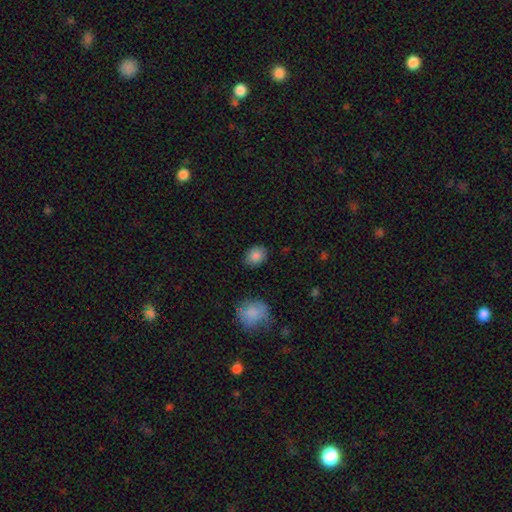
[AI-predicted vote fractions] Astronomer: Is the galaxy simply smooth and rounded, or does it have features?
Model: smooth — 86%.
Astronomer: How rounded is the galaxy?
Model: in between — 55% (runner-up: round, 44%).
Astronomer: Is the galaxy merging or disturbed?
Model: none — 84%.